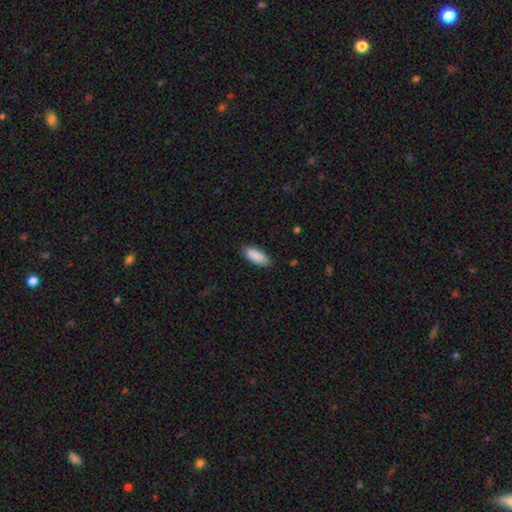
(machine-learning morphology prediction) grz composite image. It shows a smooth galaxy with no disk features (90%) that is in between round and cigar-shaped (81%). Merging: none (84%).